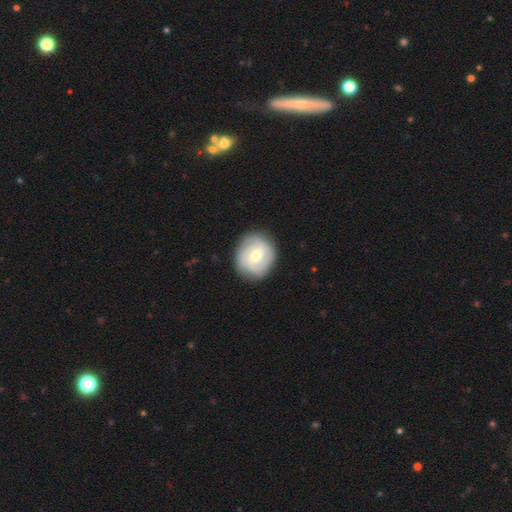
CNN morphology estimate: Smooth or featured: featured or disk — 62% (smooth — 33%)
Edge-on disk: no — 97% (yes — 3%)
Bar: weak — 53% (no — 30%)
Spiral arms: yes — 80% (no — 20%)
Bulge size: moderate — 63% (small — 32%)
Merging: none — 82% (minor disturbance — 13%)